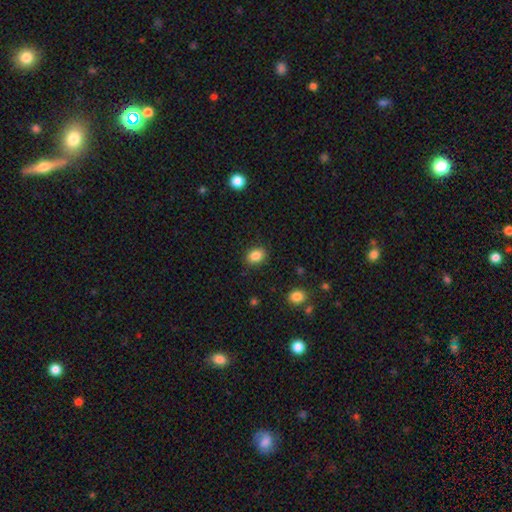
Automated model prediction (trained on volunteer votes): Smooth or featured? Predicted: smooth (p=0.85). How rounded? Predicted: in between (p=0.74). Merging? Predicted: none (p=0.87).